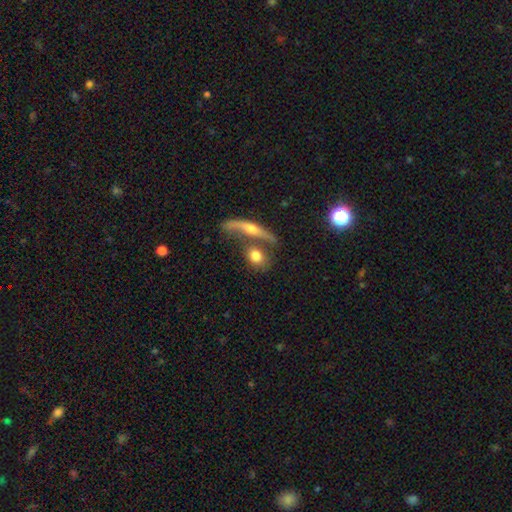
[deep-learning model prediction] A smooth galaxy with no disk features (68%) that is round (47%). Merging: none (46%).